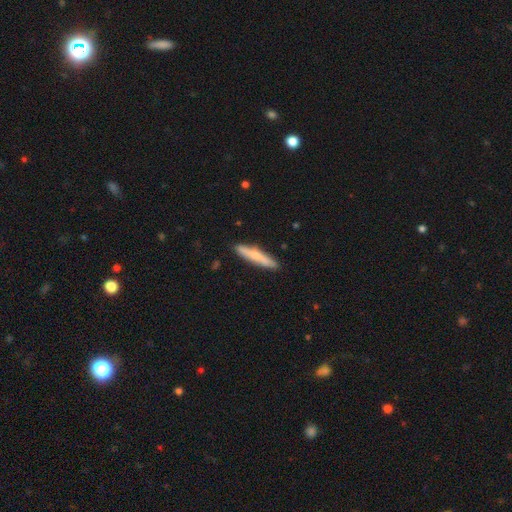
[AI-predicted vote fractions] Smooth or featured? smooth (63%)
How rounded? cigar-shaped (90%)
Merging? none (87%)